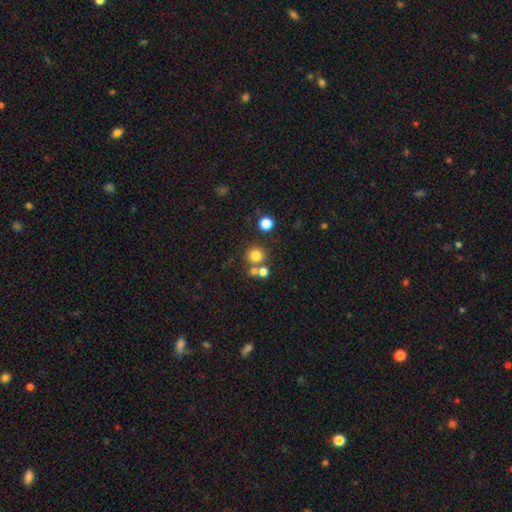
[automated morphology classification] smooth 75%, star or artifact 16%, featured or disk 9%. Down the decision tree: how rounded — round (91%); merging — none (65%).